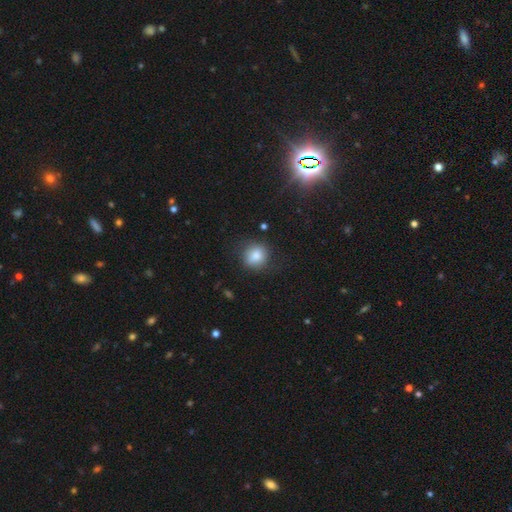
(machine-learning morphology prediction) Smooth or featured?
  - smooth: 81% *
  - star or artifact: 10%
  - featured or disk: 9%
How rounded?
  - round: 76% *
  - in between: 23%
  - cigar-shaped: 1%
Merging?
  - none: 76% *
  - minor disturbance: 16%
  - major disturbance: 6%
  - merger: 2%